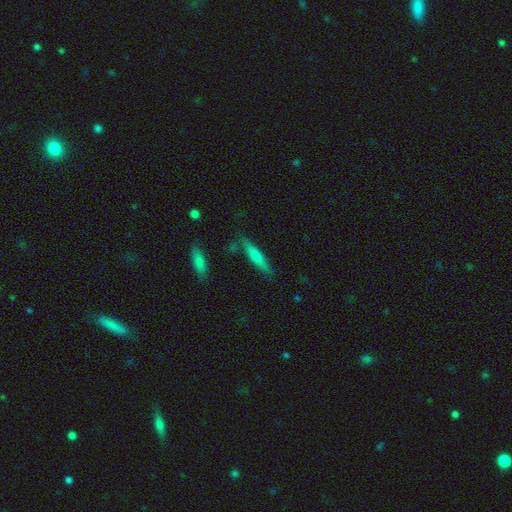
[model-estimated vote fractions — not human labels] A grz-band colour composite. It shows a smooth galaxy with no disk features (57%) that is cigar-shaped (86%). Merging: none (82%).